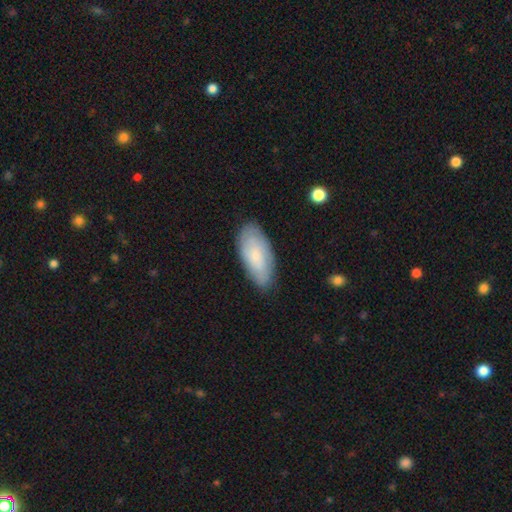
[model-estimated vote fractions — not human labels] Morphology: type=smooth (70%); roundness=in between (90%); merging=none (80%).